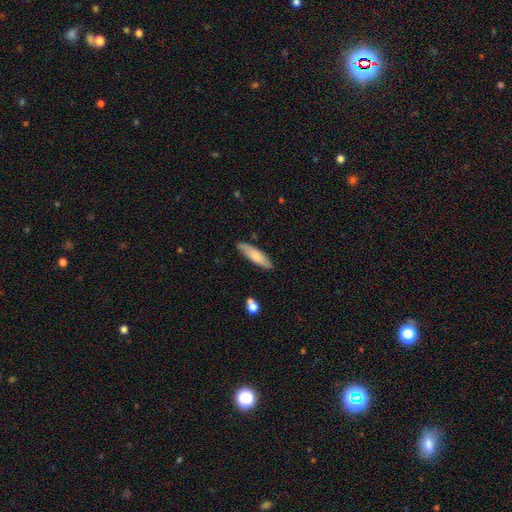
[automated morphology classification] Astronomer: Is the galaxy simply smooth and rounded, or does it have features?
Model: smooth — 72%.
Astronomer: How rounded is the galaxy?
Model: cigar-shaped — 65%.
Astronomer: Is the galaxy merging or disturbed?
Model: none — 85%.